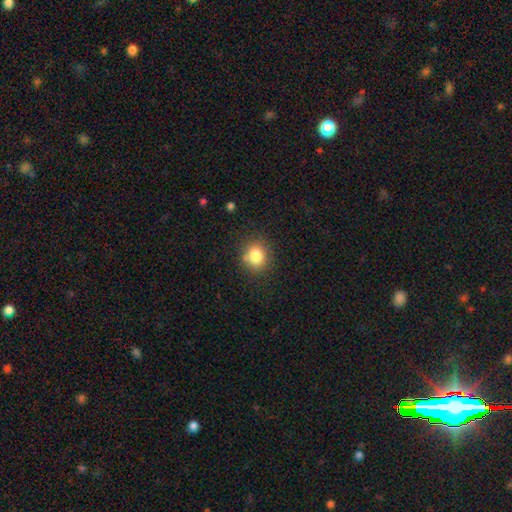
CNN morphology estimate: smooth 81%, star or artifact 11%, featured or disk 7%. Down the decision tree: how rounded — round (78%); merging — none (80%).